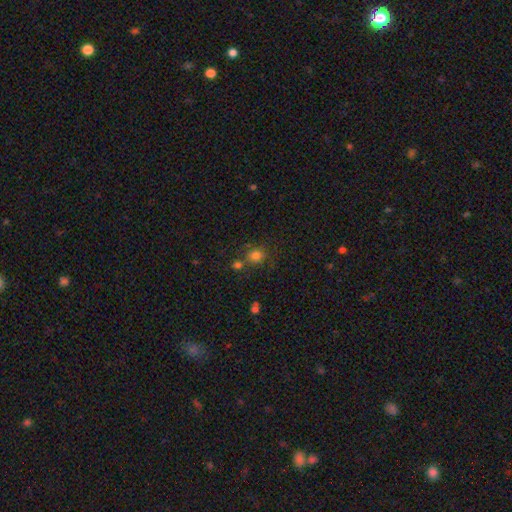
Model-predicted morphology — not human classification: Smooth or featured? smooth (78%)
How rounded? round (81%)
Merging? none (64%)